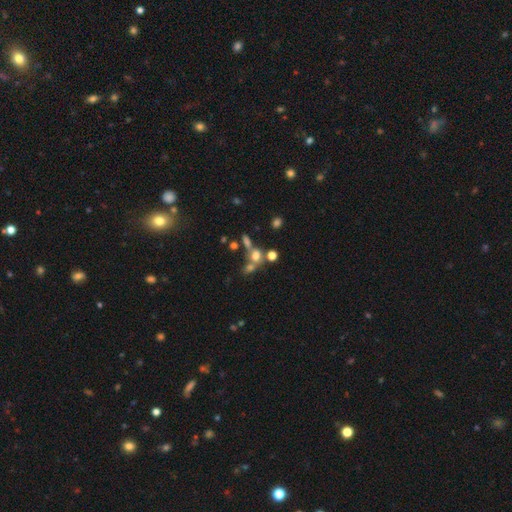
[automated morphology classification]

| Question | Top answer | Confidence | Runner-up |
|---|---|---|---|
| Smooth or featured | smooth | 57% | featured or disk (23%) |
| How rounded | round | 64% | in between (31%) |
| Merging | merger | 45% | none (36%) |